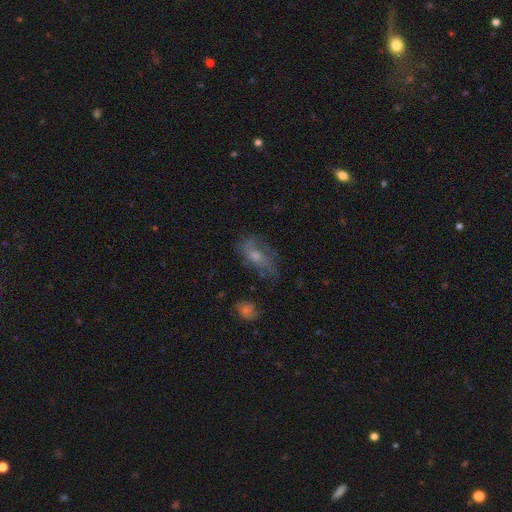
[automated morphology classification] A featured or disk galaxy (47%). Merging: none (50%).